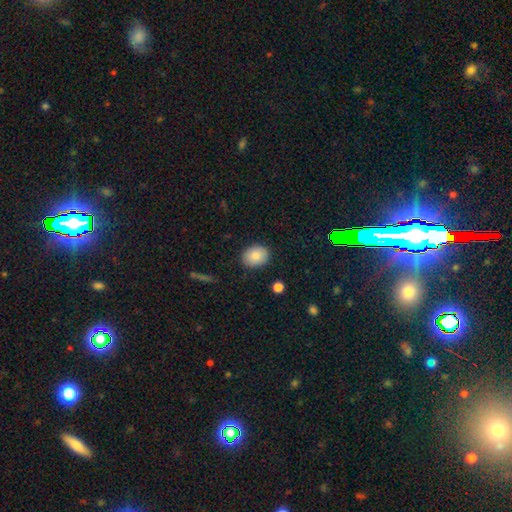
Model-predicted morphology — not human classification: Q: Smooth or featured?
A: smooth (85%); runner-up: star or artifact (8%)
Q: How rounded?
A: round (51%); runner-up: in between (48%)
Q: Merging?
A: none (88%); runner-up: minor disturbance (9%)